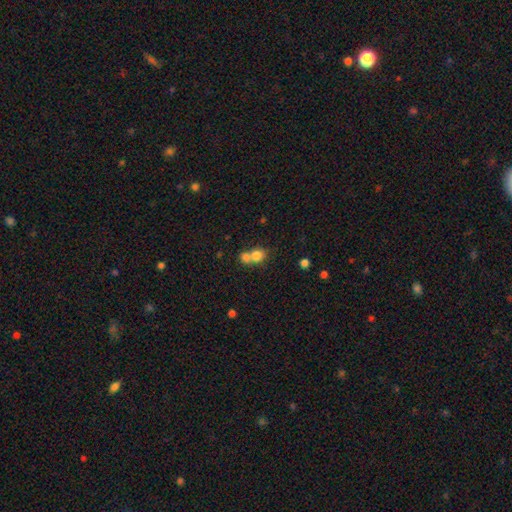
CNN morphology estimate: This appears to be a smooth galaxy with no disk features (78%) that is round (62%). Merging: merger (60%).